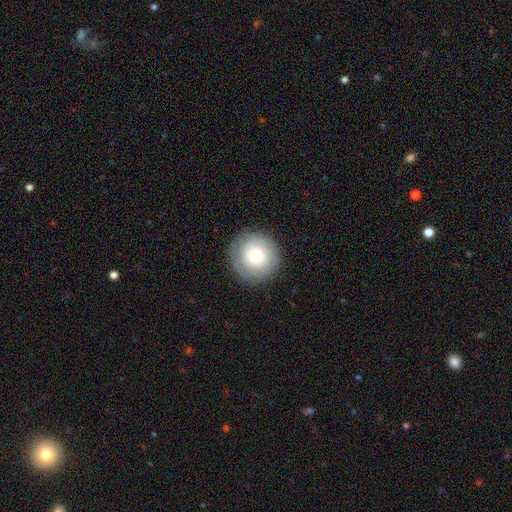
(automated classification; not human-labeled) This appears to be a smooth galaxy with no disk features (73%) that is round (95%). Merging: none (88%).